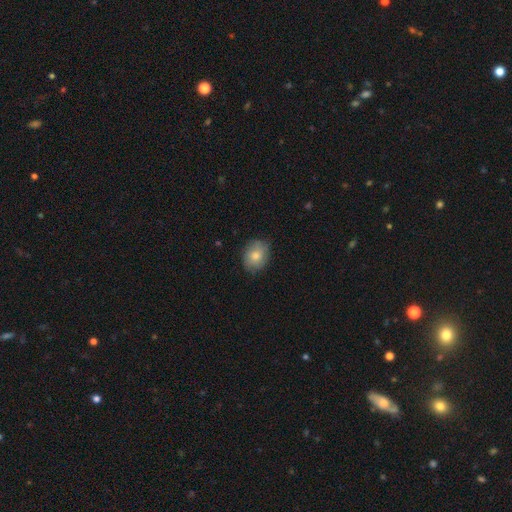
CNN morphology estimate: Smooth or featured?
  - smooth: 77% *
  - featured or disk: 16%
  - star or artifact: 7%
How rounded?
  - in between: 55% *
  - round: 44%
  - cigar-shaped: 1%
Merging?
  - none: 78% *
  - minor disturbance: 17%
  - major disturbance: 4%
  - merger: 1%